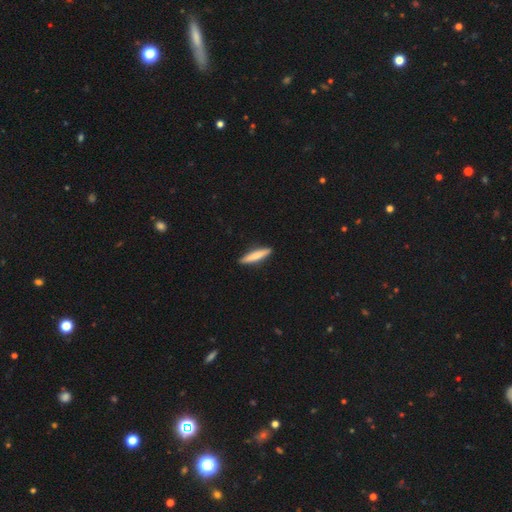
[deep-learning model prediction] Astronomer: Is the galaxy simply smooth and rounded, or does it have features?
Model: smooth — 76%.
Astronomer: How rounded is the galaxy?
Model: cigar-shaped — 89%.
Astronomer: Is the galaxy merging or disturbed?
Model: none — 91%.